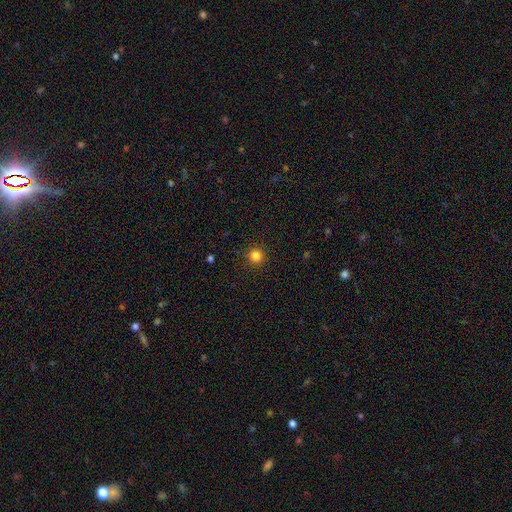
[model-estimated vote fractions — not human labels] A smooth galaxy with no disk features (83%) that is round (95%). Merging: none (92%).